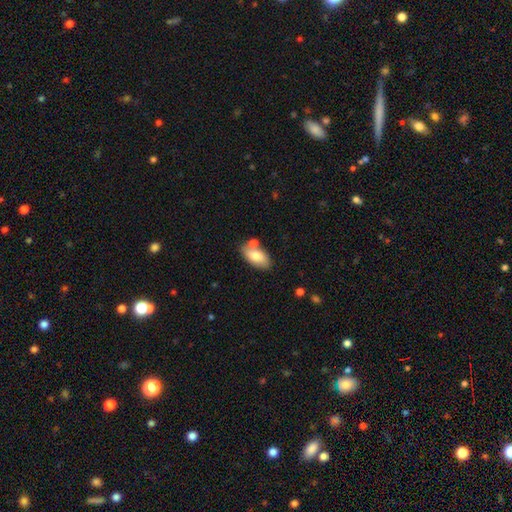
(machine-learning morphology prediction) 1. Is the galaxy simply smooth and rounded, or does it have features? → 75% smooth, 18% featured or disk, 7% star or artifact.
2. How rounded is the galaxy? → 92% in between, 4% round, 4% cigar-shaped.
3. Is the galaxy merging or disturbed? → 68% none, 15% merger, 14% minor disturbance, 3% major disturbance.